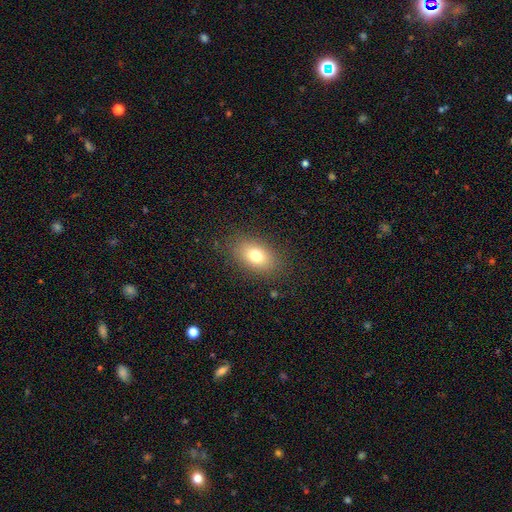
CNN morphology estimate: A smooth galaxy with no disk features (76%) that is in between round and cigar-shaped (83%).

Vote fractions:
- Smooth or featured? smooth: 76% / featured or disk: 13% / star or artifact: 11%
- How rounded? in between: 83% / round: 15% / cigar-shaped: 2%
- Merging? none: 84% / minor disturbance: 11% / major disturbance: 4% / merger: 1%